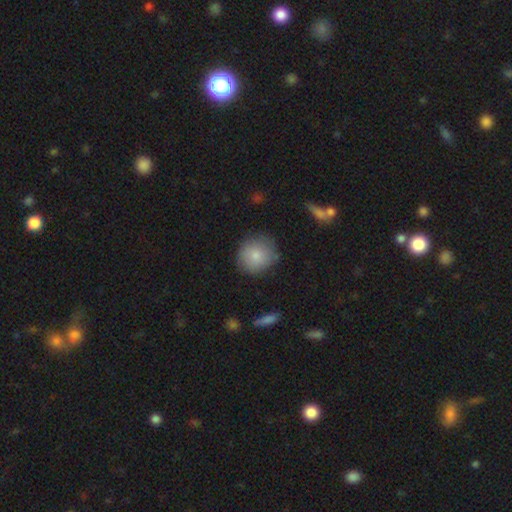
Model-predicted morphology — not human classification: The model was most divided on "merging": none: 78%, minor disturbance: 16%, major disturbance: 4%, merger: 2%. More confident: how rounded — round (86%); smooth or featured — smooth (82%).